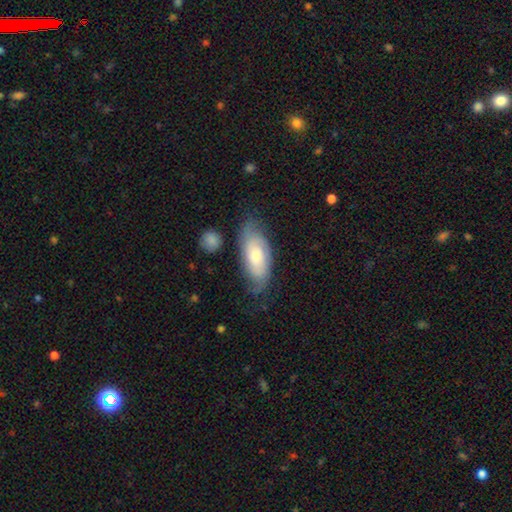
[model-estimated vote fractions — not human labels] smooth_or_featured: featured or disk (p=0.50) [alt: smooth p=0.44]
merging: none (p=0.66) [alt: minor disturbance p=0.23]